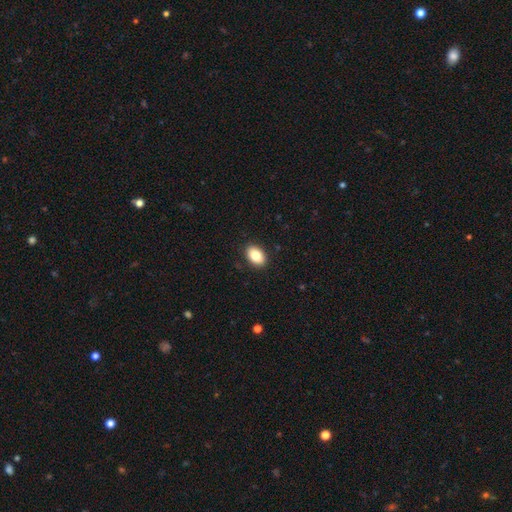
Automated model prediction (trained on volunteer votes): Smooth or featured: smooth — 84% (featured or disk — 8%)
How rounded: in between — 87% (round — 12%)
Merging: none — 90% (minor disturbance — 8%)